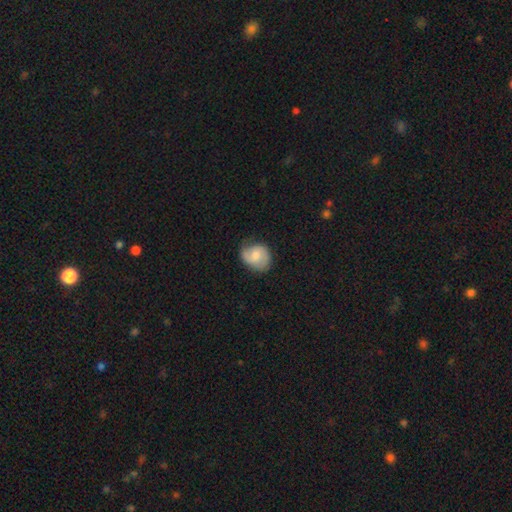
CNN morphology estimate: smooth_or_featured: smooth (p=0.53) [alt: featured or disk p=0.40]
how_rounded: round (p=0.62) [alt: in between p=0.37]
merging: none (p=0.66) [alt: minor disturbance p=0.25]